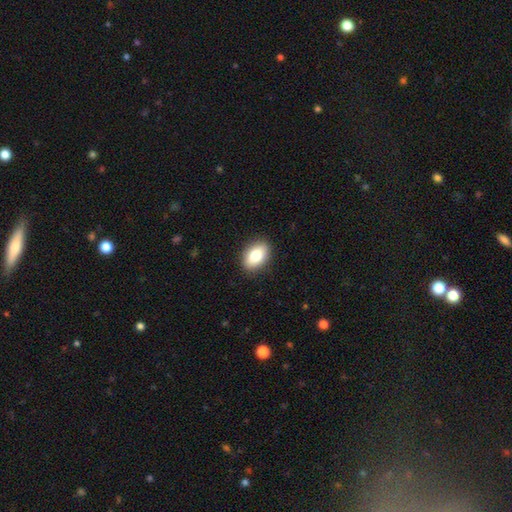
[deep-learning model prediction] A smooth galaxy with no disk features (80%) that is in between round and cigar-shaped (86%). Merging: none (89%).